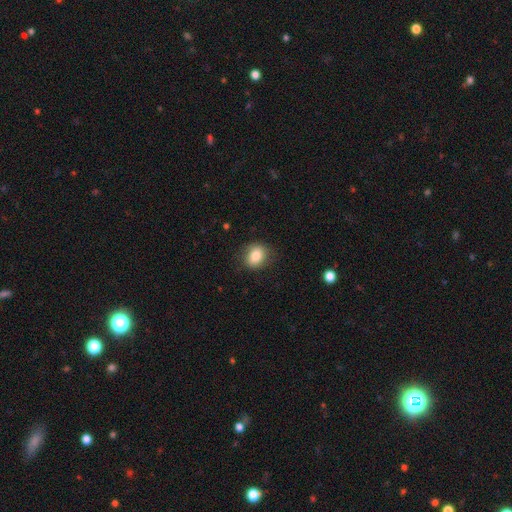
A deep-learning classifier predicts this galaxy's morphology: Smooth or featured?
  - smooth: 82% *
  - star or artifact: 9%
  - featured or disk: 9%
How rounded?
  - round: 52% *
  - in between: 47%
  - cigar-shaped: 1%
Merging?
  - none: 83% *
  - minor disturbance: 13%
  - major disturbance: 3%
  - merger: 1%